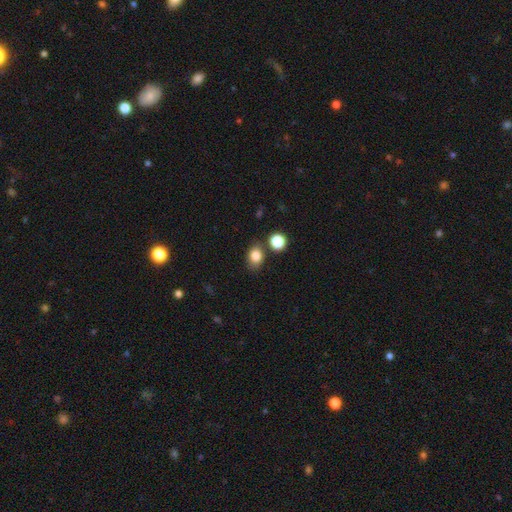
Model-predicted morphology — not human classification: The model was most divided on "how rounded": in between: 58%, round: 41%, cigar-shaped: 1%. More confident: smooth or featured — smooth (83%); merging — none (75%).